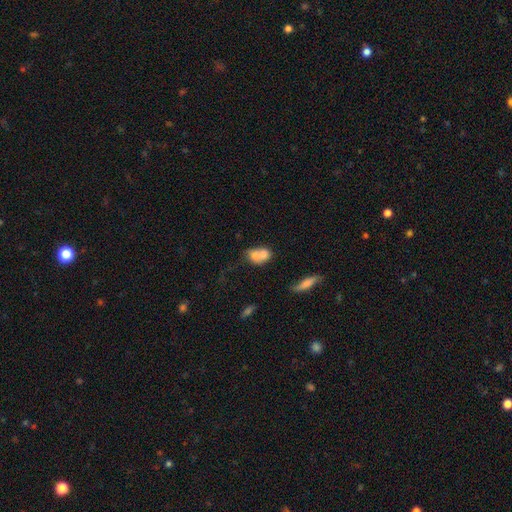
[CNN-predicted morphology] Overall: smooth (71%). How rounded: in between (64%; round 33%). Merging: merger (61%; none 23%).